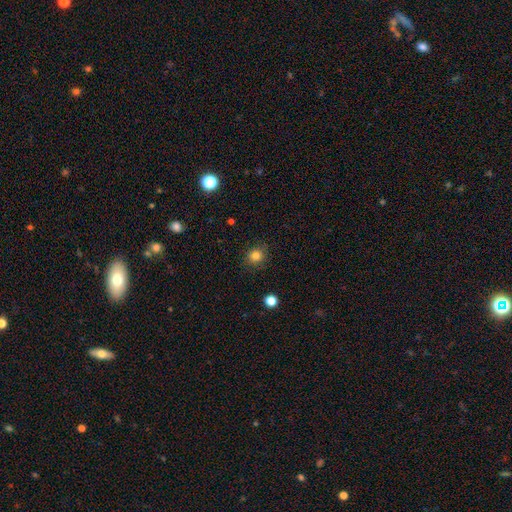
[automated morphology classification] smooth-or-featured: smooth: 82% | star or artifact: 13% | featured or disk: 5%
  how-rounded: round: 83% | in between: 16% | cigar-shaped: 1%
  merging: none: 86% | minor disturbance: 10% | major disturbance: 3% | merger: 1%